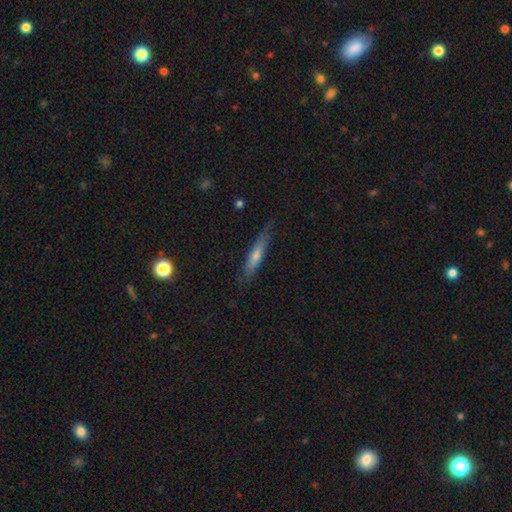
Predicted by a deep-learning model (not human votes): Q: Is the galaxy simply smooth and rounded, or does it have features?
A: smooth — 55%.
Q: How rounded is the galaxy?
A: cigar-shaped — 88%.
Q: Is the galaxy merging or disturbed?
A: none — 78%.